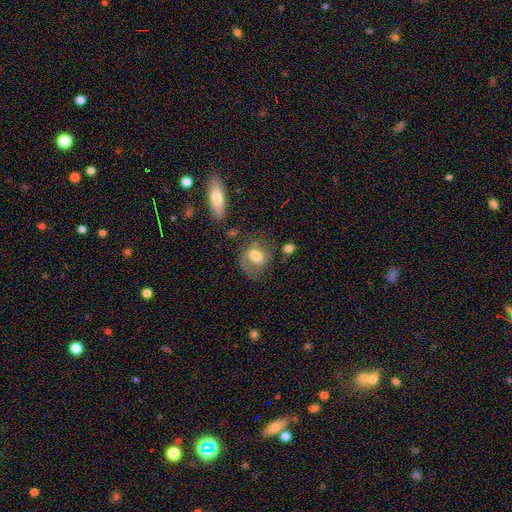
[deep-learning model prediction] A smooth galaxy with no disk features (52%) that is in between round and cigar-shaped (54%). Merging: none (51%).